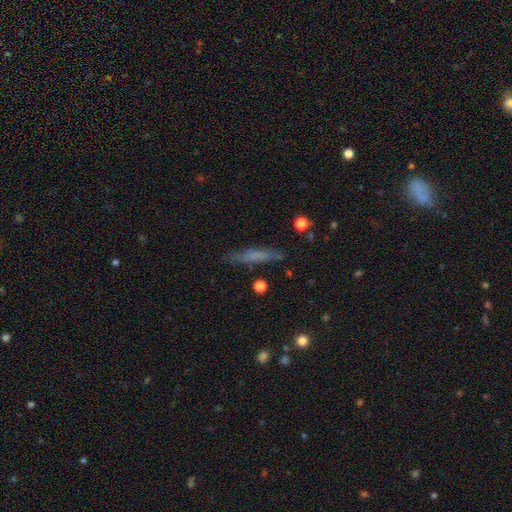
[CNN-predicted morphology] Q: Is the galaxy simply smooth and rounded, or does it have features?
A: smooth — 61%.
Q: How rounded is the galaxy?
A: cigar-shaped — 89%.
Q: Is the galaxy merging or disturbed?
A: none — 80%.